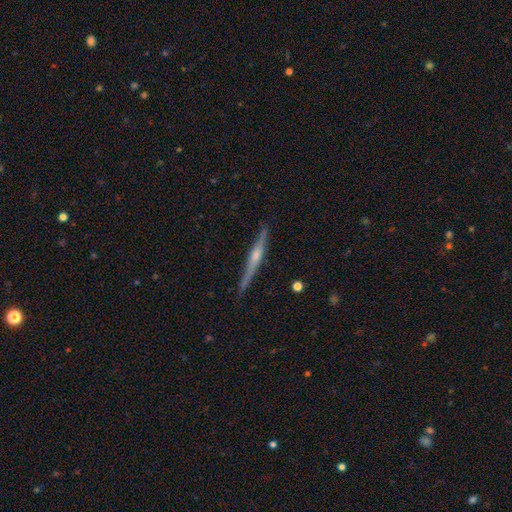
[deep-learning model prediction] smooth_or_featured: featured or disk (p=0.80) [alt: smooth p=0.15]
disk_edge_on: yes (p=0.98) [alt: no p=0.02]
edge_on_bulge: rounded (p=0.80) [alt: none p=0.11]
merging: none (p=0.89) [alt: minor disturbance p=0.08]